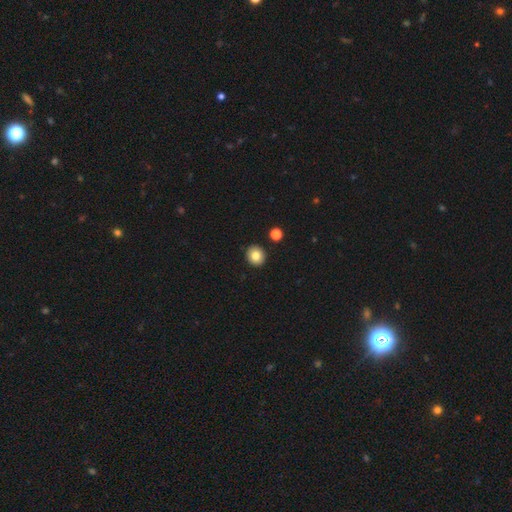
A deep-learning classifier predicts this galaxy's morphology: Overall: smooth (81%). How rounded: round (86%). Merging: none (91%).